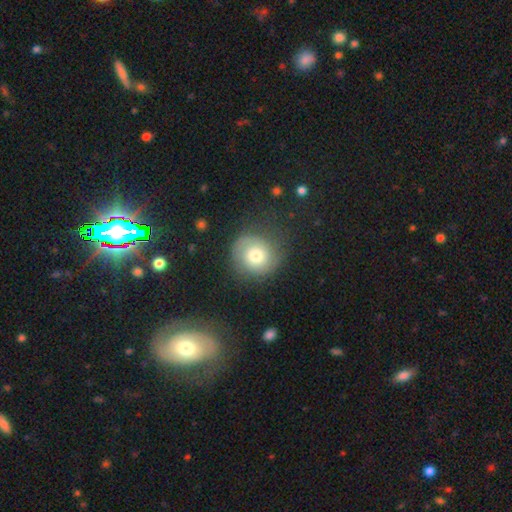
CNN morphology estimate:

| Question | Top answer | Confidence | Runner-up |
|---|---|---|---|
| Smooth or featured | smooth | 55% | featured or disk (36%) |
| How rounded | round | 89% | in between (11%) |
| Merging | none | 72% | minor disturbance (17%) |